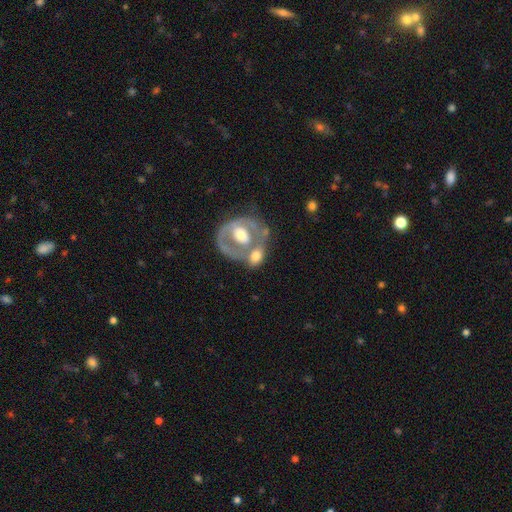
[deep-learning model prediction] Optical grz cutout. It shows a featured or disk galaxy (53%) with no bar (75%), no spiral arms (74%) and a moderate central bulge (57%). Merging: merger (50%).